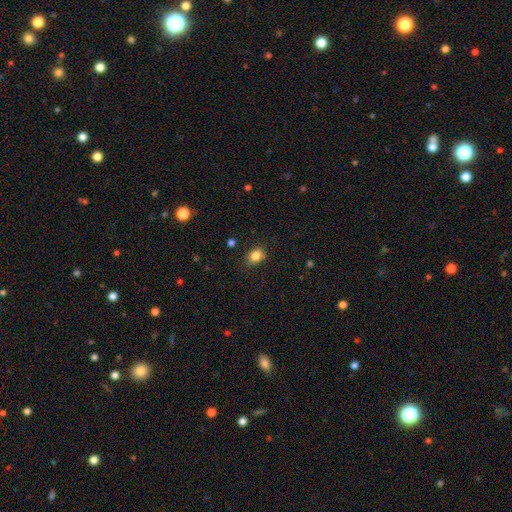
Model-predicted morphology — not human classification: This appears to be a smooth galaxy with no disk features (84%) that is in between round and cigar-shaped (64%). Merging: none (74%).